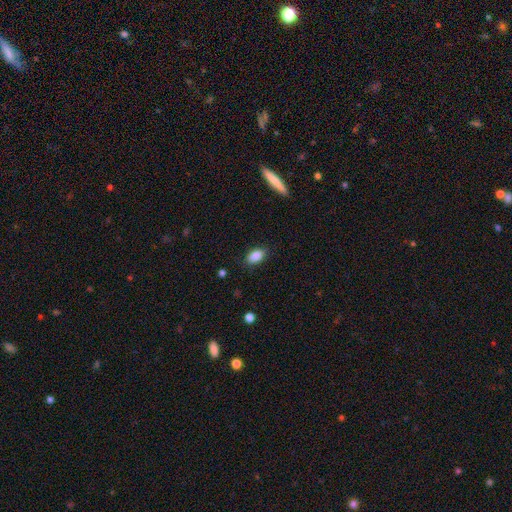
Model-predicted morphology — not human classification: smooth_or_featured: smooth (p=0.87) [alt: star or artifact p=0.08]
how_rounded: in between (p=0.90) [alt: round p=0.07]
merging: none (p=0.85) [alt: minor disturbance p=0.12]